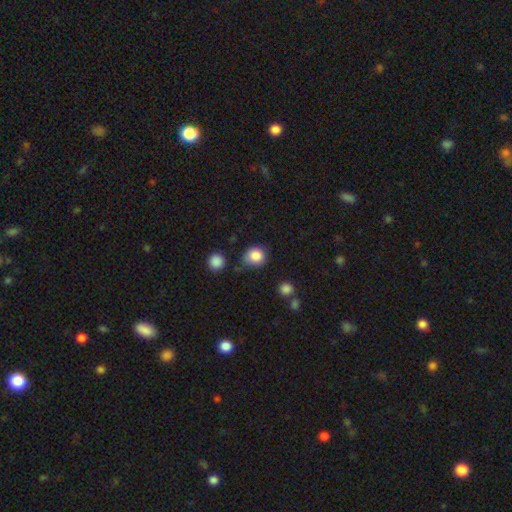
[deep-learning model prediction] Smooth or featured? Predicted: smooth (p=0.85). How rounded? Predicted: round (p=0.82). Merging? Predicted: none (p=0.68).